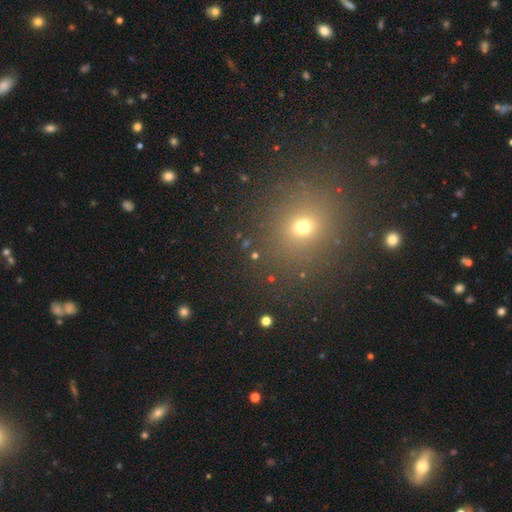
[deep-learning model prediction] Morphology: type=smooth (53%); roundness=round (79%); merging=none (86%).